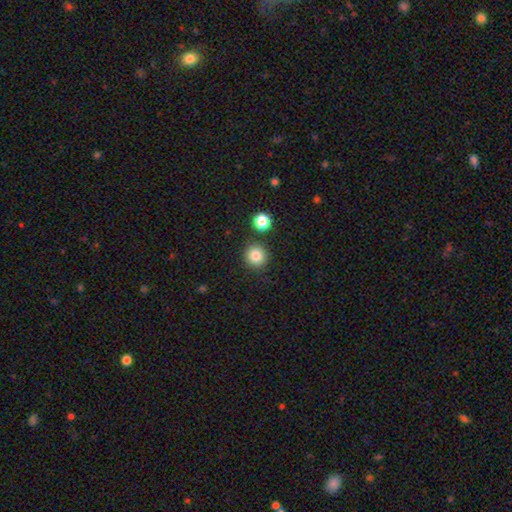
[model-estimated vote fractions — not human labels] This is clearly a smooth galaxy (84%). How rounded: clearly round (93%). Merging: clearly none (86%).